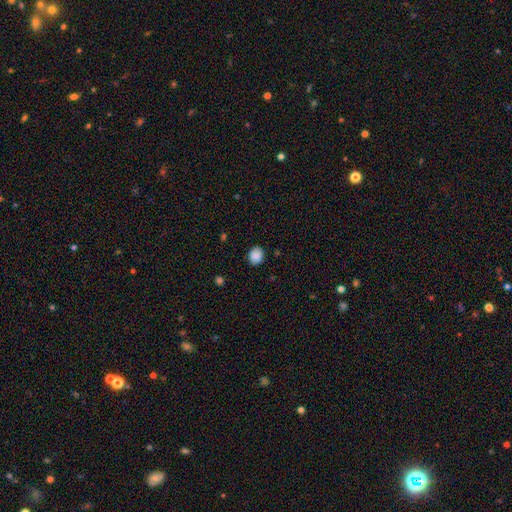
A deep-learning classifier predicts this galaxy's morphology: The model was most divided on "how rounded": round: 54%, in between: 45%, cigar-shaped: 1%. More confident: smooth or featured — smooth (87%); merging — none (85%).